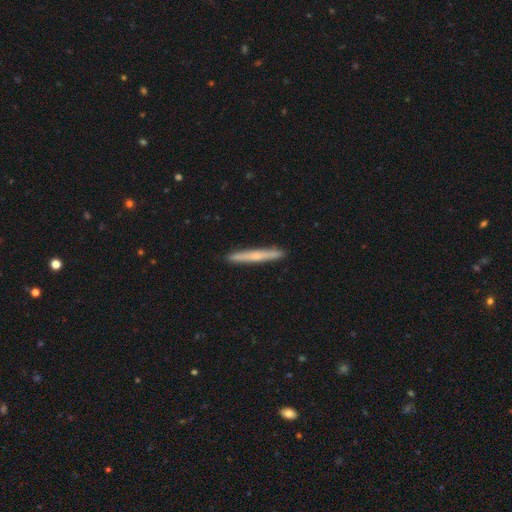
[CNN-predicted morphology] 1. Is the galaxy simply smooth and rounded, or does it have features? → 50% smooth, 44% featured or disk, 6% star or artifact.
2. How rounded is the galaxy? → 97% cigar-shaped, 2% in between, 1% round.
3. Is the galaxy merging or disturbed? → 92% none, 5% minor disturbance, 1% major disturbance, 1% merger.